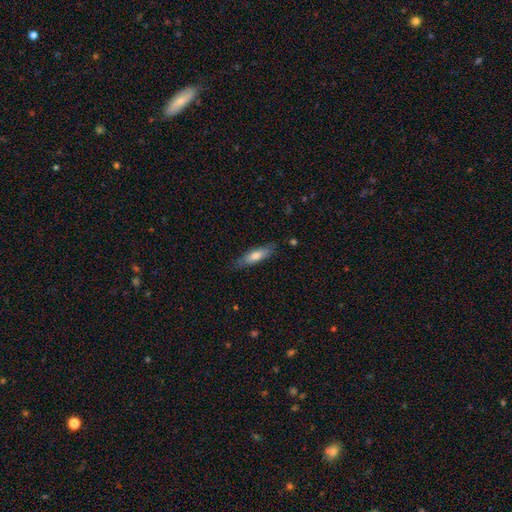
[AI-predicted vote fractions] Morphology: type=smooth (62%); roundness=cigar-shaped (65%); merging=none (81%).